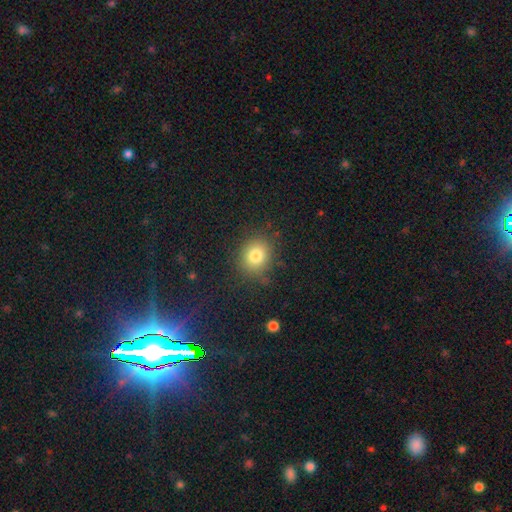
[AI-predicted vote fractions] Morphology: type=smooth (80%); roundness=round (78%); merging=none (83%).